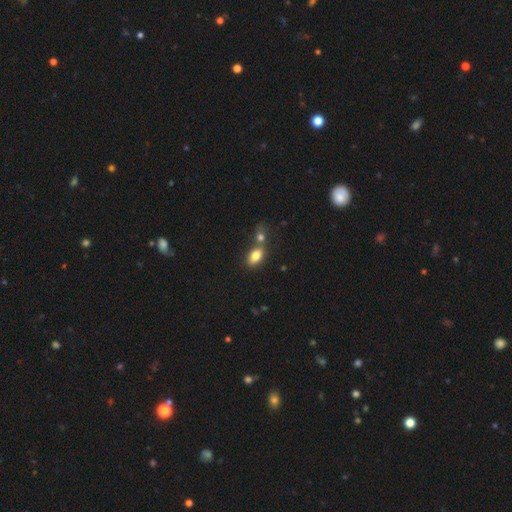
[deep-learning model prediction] This appears to be a smooth galaxy with no disk features (80%) that is in between round and cigar-shaped (86%). Merging: merger (45%).